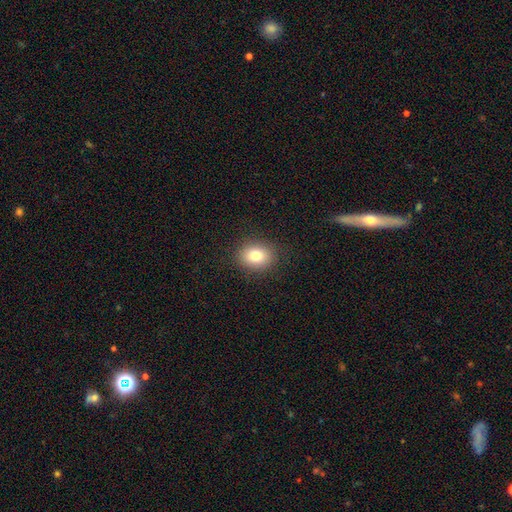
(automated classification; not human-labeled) smooth-or-featured: smooth: 80% | star or artifact: 11% | featured or disk: 9%
  how-rounded: round: 51% | in between: 48% | cigar-shaped: 1%
  merging: none: 88% | minor disturbance: 8% | major disturbance: 3% | merger: 1%